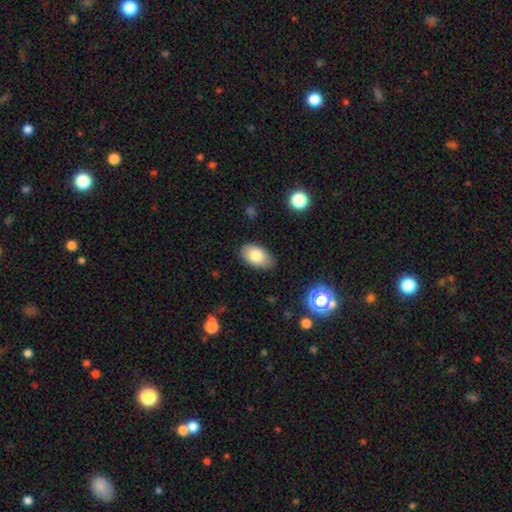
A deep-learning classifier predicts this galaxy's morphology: Q: Smooth or featured?
A: smooth (79%); runner-up: featured or disk (13%)
Q: How rounded?
A: in between (92%); runner-up: round (6%)
Q: Merging?
A: none (82%); runner-up: minor disturbance (14%)